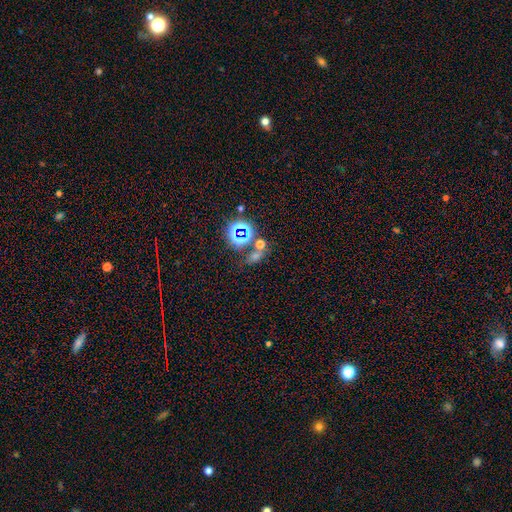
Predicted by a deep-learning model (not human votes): Overall: star or artifact (57%; smooth 31%).